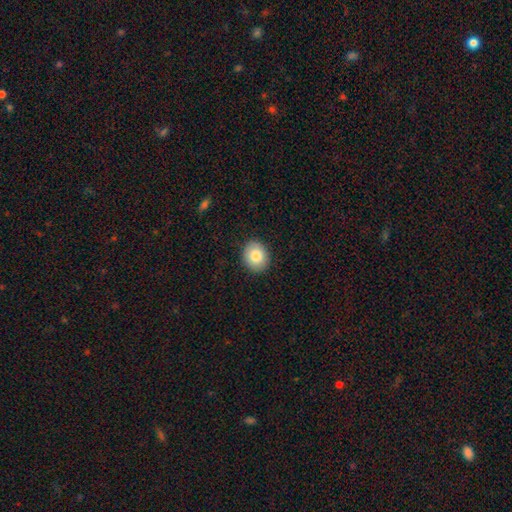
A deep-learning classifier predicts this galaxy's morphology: This appears to be a smooth galaxy with no disk features (82%) that is round (66%). Merging: none (90%).